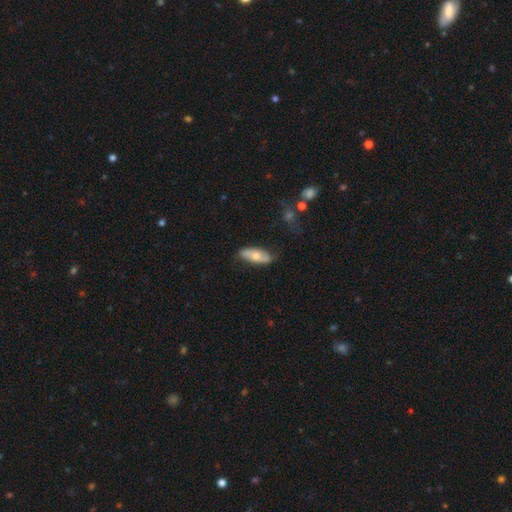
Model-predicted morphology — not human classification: Smooth or featured?
  - smooth: 58% *
  - featured or disk: 37%
  - star or artifact: 6%
How rounded?
  - in between: 76% *
  - cigar-shaped: 22%
  - round: 3%
Merging?
  - none: 72% *
  - minor disturbance: 21%
  - major disturbance: 5%
  - merger: 2%